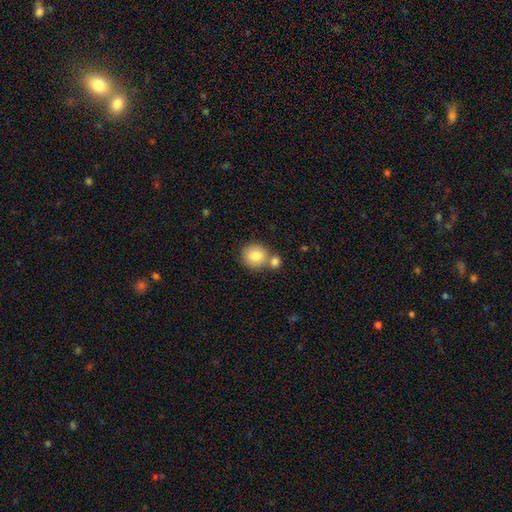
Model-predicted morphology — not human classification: Q: Smooth or featured?
A: smooth (81%); runner-up: featured or disk (11%)
Q: How rounded?
A: round (86%); runner-up: in between (14%)
Q: Merging?
A: none (57%); runner-up: merger (32%)